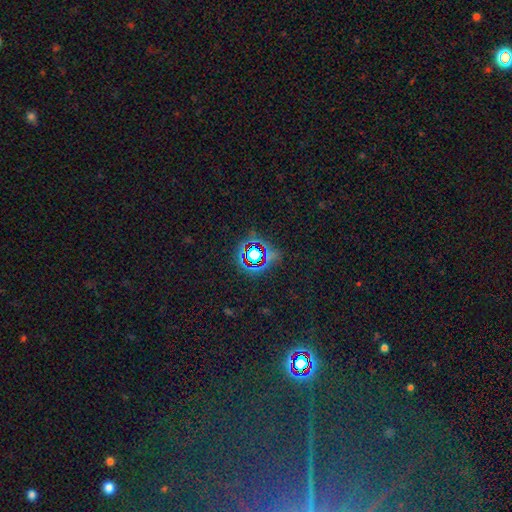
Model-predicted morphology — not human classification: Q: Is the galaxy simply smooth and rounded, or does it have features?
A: star or artifact — 77%.